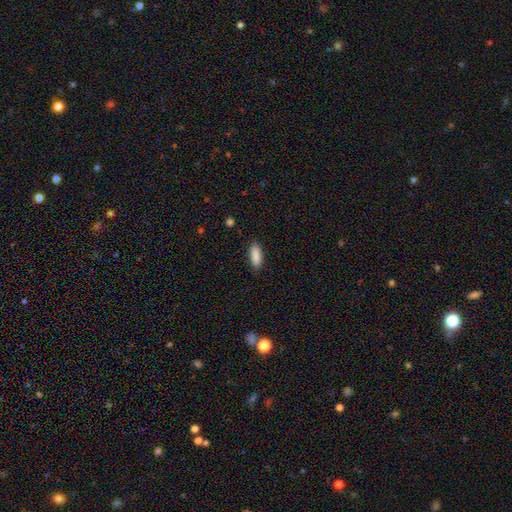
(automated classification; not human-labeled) A smooth galaxy with no disk features (89%) that is in between round and cigar-shaped (64%). Merging: none (88%).